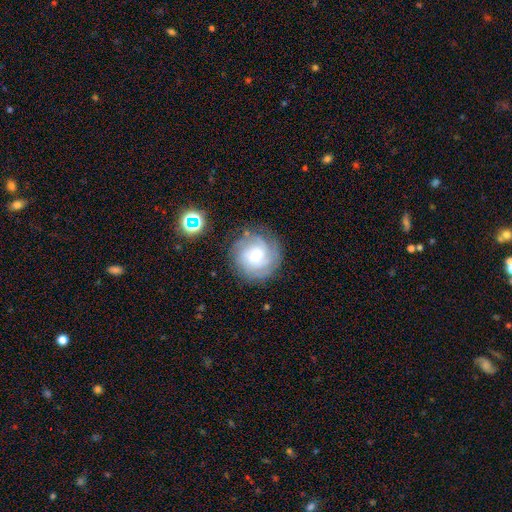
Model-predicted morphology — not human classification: This is likely a featured or disk galaxy (74%). It is clearly not viewed edge-on (98%). Bar: likely no (66%). Spiral arm pattern: clearly yes (94%). Spiral arm count: marginally can't tell (32%). Spiral winding: likely tight (65%). Central bulge: possibly small (52%). Merging: clearly none (81%).